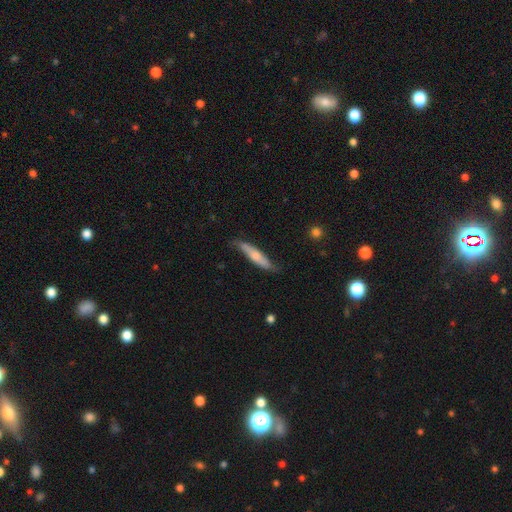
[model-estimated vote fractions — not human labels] The model was most divided on "smooth or featured": smooth: 55%, featured or disk: 40%, star or artifact: 5%. More confident: how rounded — cigar-shaped (84%); merging — none (71%).